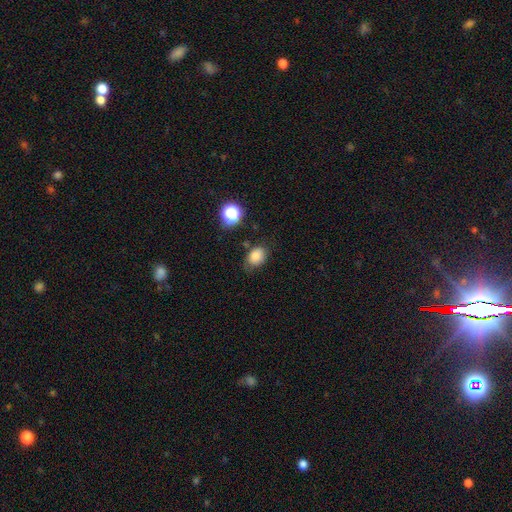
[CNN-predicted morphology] Smooth or featured?
  - smooth: 80% *
  - star or artifact: 12%
  - featured or disk: 8%
How rounded?
  - in between: 65% *
  - round: 34%
  - cigar-shaped: 1%
Merging?
  - none: 64% *
  - minor disturbance: 25%
  - major disturbance: 7%
  - merger: 3%